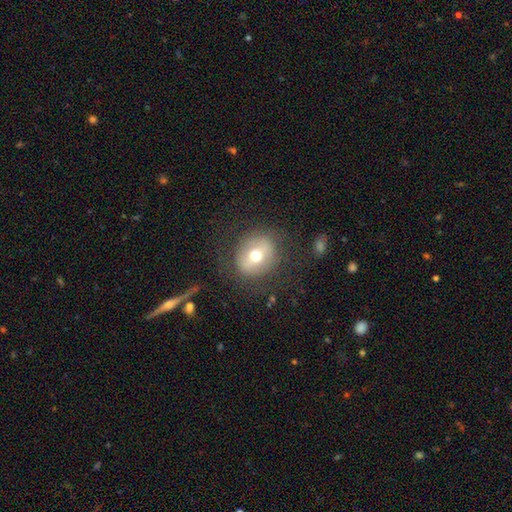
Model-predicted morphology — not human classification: Q: Smooth or featured?
A: smooth (56%); runner-up: featured or disk (34%)
Q: How rounded?
A: round (77%); runner-up: in between (22%)
Q: Merging?
A: none (78%); runner-up: minor disturbance (12%)